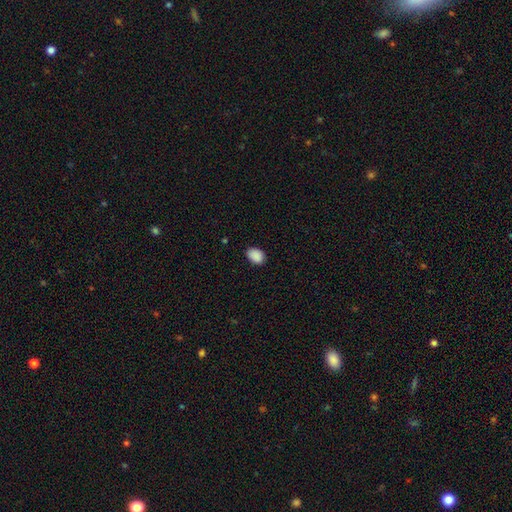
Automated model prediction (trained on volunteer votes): A smooth galaxy with no disk features (90%) that is in between round and cigar-shaped (81%).

Vote fractions:
- Smooth or featured? smooth: 90% / star or artifact: 8% / featured or disk: 3%
- How rounded? in between: 81% / round: 18% / cigar-shaped: 1%
- Merging? none: 84% / minor disturbance: 13% / major disturbance: 2% / merger: 1%